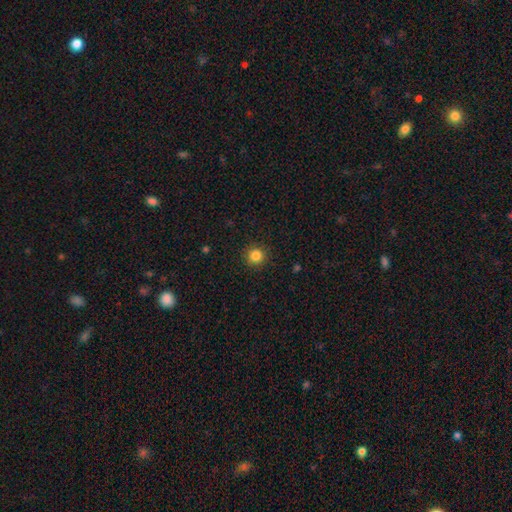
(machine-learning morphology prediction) This is clearly a smooth galaxy (84%). How rounded: clearly round (94%). Merging: clearly none (91%).